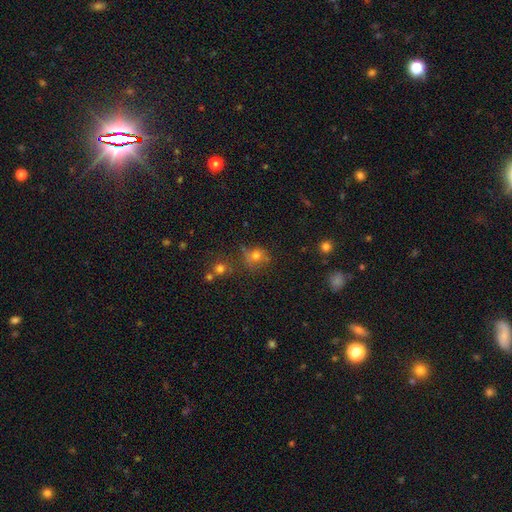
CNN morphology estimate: smooth 65%, star or artifact 23%, featured or disk 12%. Down the decision tree: how rounded — round (76%); merging — none (62%).